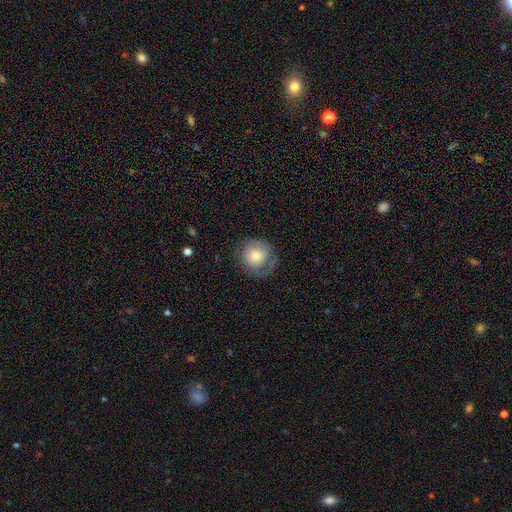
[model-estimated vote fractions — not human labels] Smooth or featured? smooth (62%)
How rounded? round (88%)
Merging? none (67%)